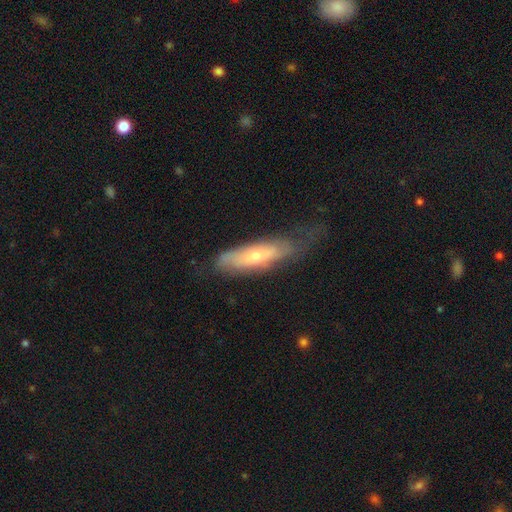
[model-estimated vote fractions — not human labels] Smooth or featured? smooth (47%, tied with featured or disk)
Merging? none (47%)